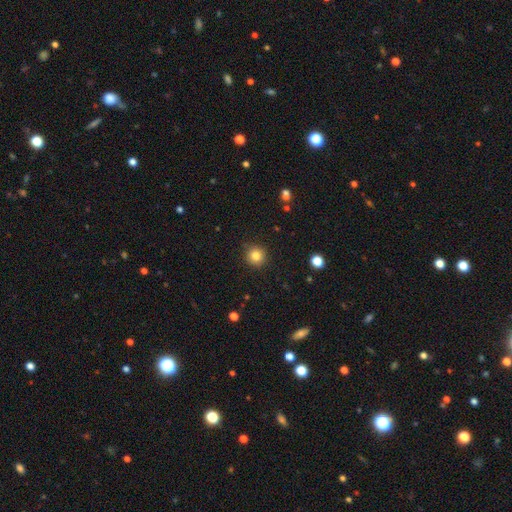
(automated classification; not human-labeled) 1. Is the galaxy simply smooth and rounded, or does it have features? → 83% smooth, 12% star or artifact, 6% featured or disk.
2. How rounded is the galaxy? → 92% round, 7% in between, 1% cigar-shaped.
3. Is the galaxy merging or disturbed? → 89% none, 7% minor disturbance, 2% major disturbance, 1% merger.